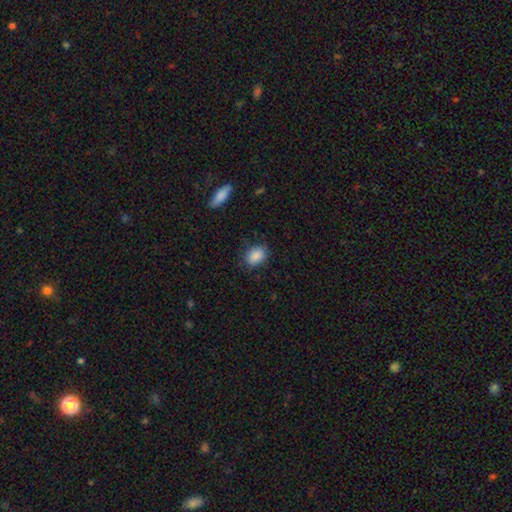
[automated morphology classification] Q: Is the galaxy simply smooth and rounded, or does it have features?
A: smooth — 88%.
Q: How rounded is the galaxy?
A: in between — 72%.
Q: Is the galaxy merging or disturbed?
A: none — 78%.